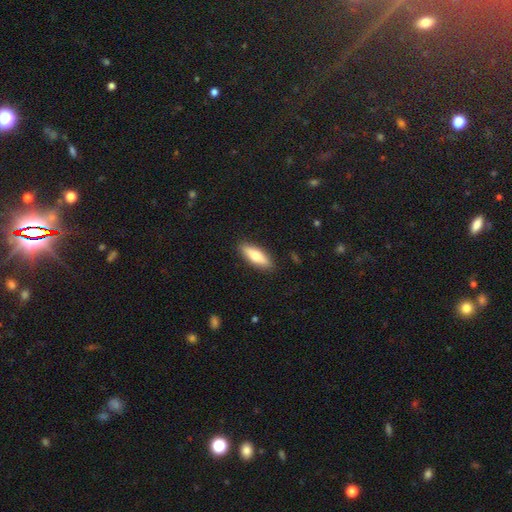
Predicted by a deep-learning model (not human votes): smooth 70%, featured or disk 24%, star or artifact 6%. Down the decision tree: how rounded — in between (50%); merging — none (89%).